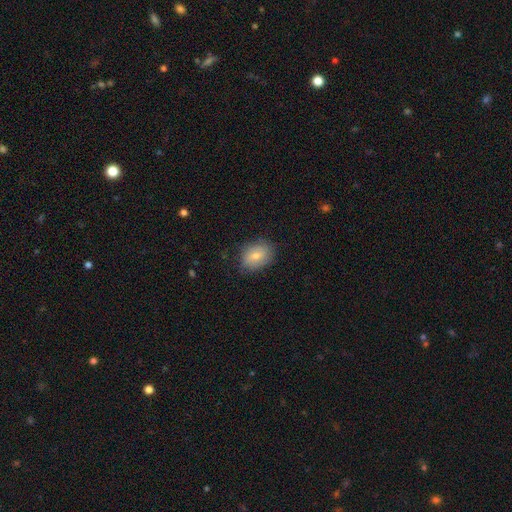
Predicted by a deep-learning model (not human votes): Smooth or featured? Predicted: smooth (p=0.71). How rounded? Predicted: in between (p=0.72). Merging? Predicted: none (p=0.77).